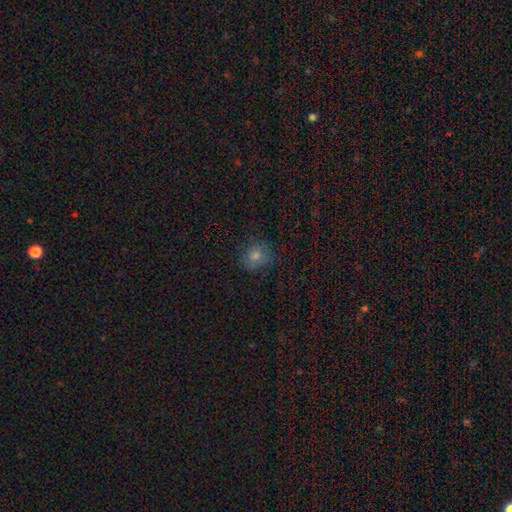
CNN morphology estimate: Smooth or featured: smooth — 74% (star or artifact — 17%)
How rounded: round — 79% (in between — 20%)
Merging: none — 81% (minor disturbance — 14%)